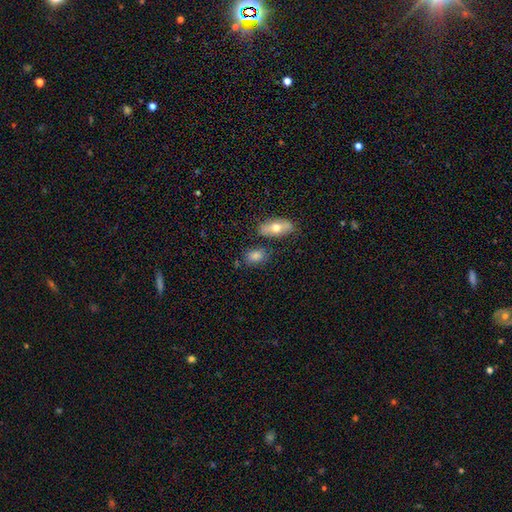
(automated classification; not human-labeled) A smooth galaxy with no disk features (80%) that is in between round and cigar-shaped (80%).

Vote fractions:
- Smooth or featured? smooth: 80% / featured or disk: 11% / star or artifact: 9%
- How rounded? in between: 80% / round: 16% / cigar-shaped: 4%
- Merging? none: 72% / minor disturbance: 14% / merger: 10% / major disturbance: 4%